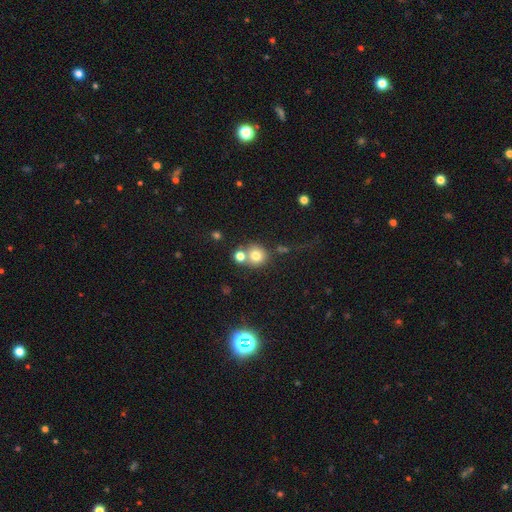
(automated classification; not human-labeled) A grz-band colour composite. It shows a smooth galaxy with no disk features (75%) that is round (85%). Merging: none (53%).